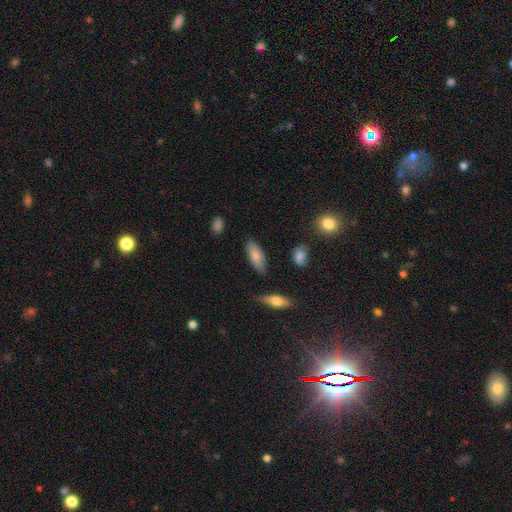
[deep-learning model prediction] Overall: smooth (81%). How rounded: in between (77%). Merging: none (81%).